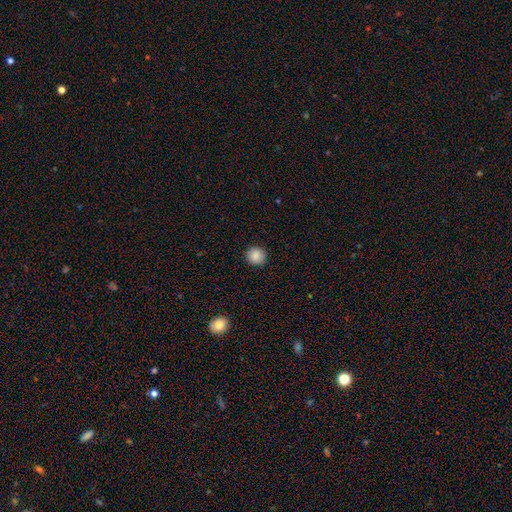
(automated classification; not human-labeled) A smooth galaxy with no disk features (88%) that is round (91%). Merging: none (91%).